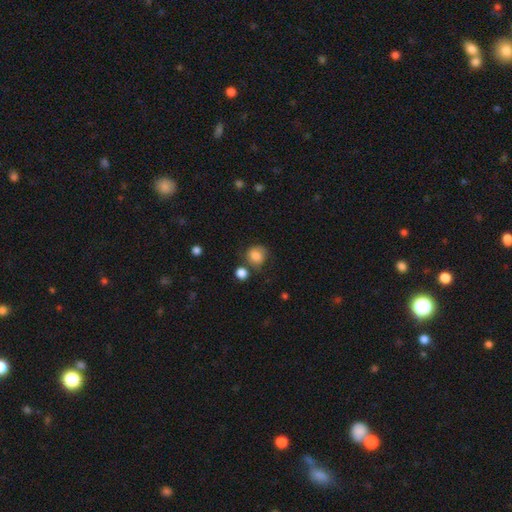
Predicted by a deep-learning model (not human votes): The model was most divided on "merging": none: 62%, minor disturbance: 20%, merger: 11%, major disturbance: 8%. More confident: smooth or featured — smooth (81%); how rounded — round (77%).